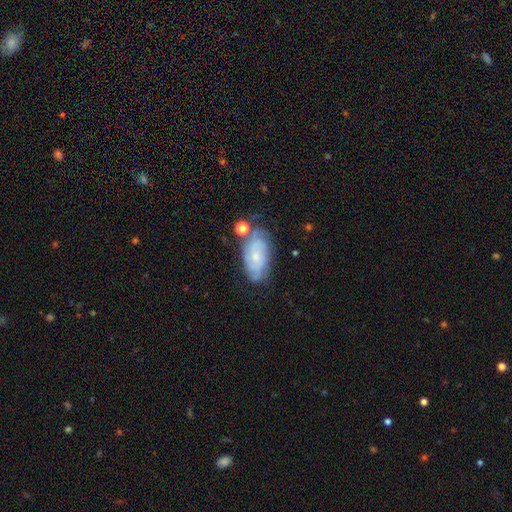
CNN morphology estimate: This appears to be a featured or disk galaxy (52%). Merging: none (61%).